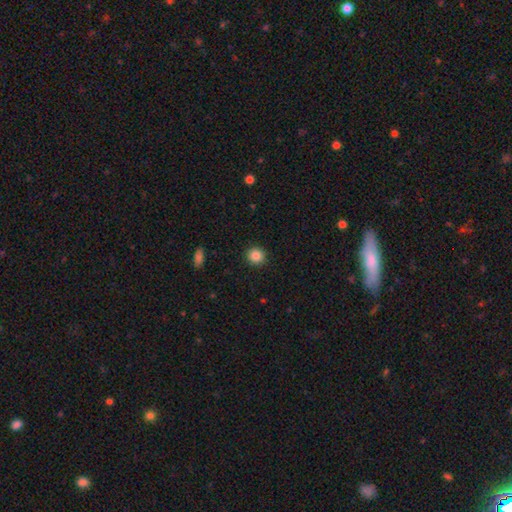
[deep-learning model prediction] This is clearly a smooth galaxy (86%). How rounded: clearly round (92%). Merging: clearly none (92%).